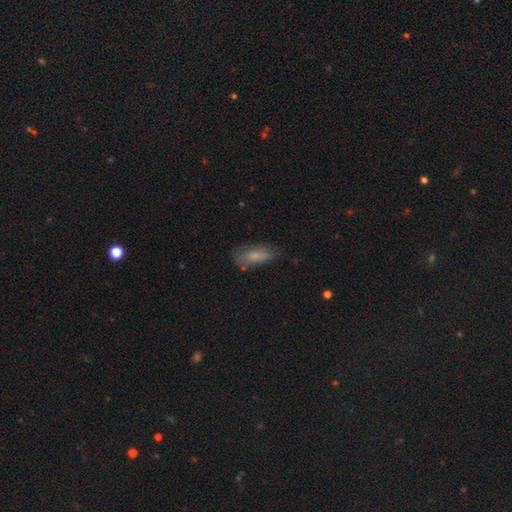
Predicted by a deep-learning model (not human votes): smooth 75%, featured or disk 17%, star or artifact 8%. Down the decision tree: how rounded — in between (73%); merging — none (60%).